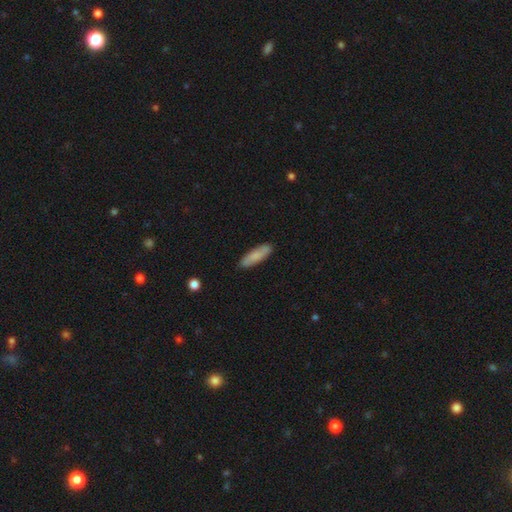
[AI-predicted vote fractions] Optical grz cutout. It shows a smooth galaxy with no disk features (78%) that is cigar-shaped (53%). Merging: none (86%).